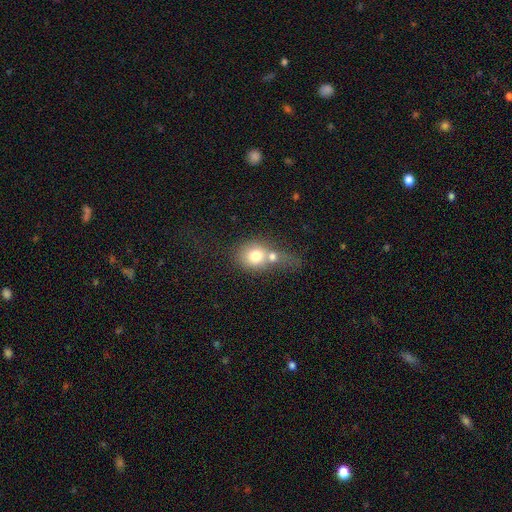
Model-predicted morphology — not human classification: Smooth or featured? smooth (73%)
How rounded? round (68%)
Merging? merger (64%)